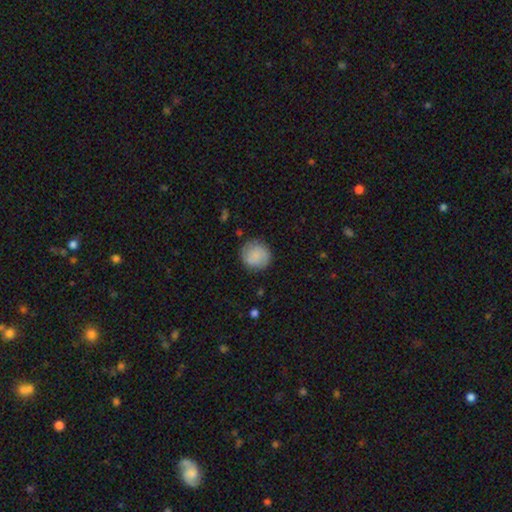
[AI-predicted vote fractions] This is likely a smooth galaxy (79%). How rounded: clearly round (91%). Merging: clearly none (84%).